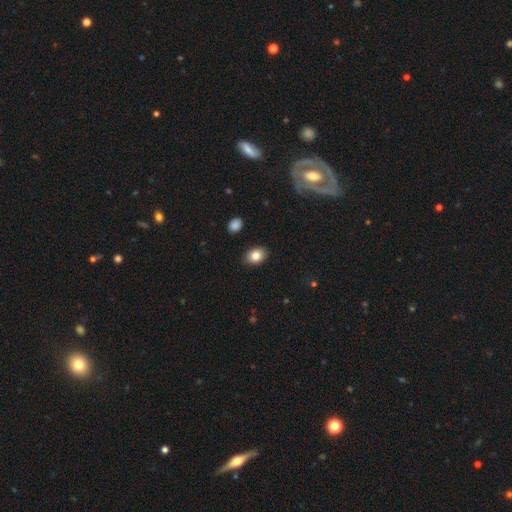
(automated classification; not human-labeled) smooth_or_featured: smooth (p=0.83) [alt: star or artifact p=0.09]
how_rounded: in between (p=0.73) [alt: round p=0.26]
merging: none (p=0.88) [alt: minor disturbance p=0.08]